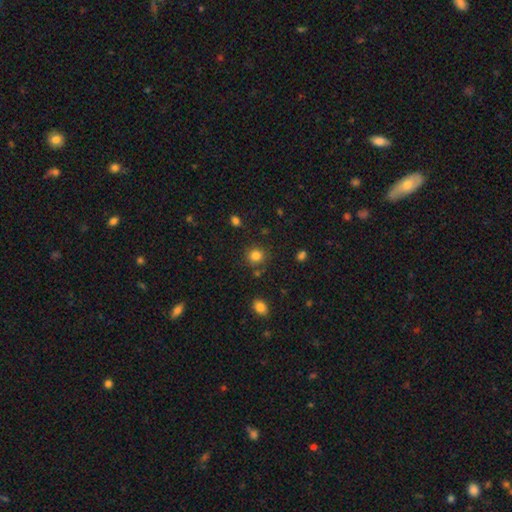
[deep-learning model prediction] Smooth or featured? Predicted: smooth (p=0.83). How rounded? Predicted: round (p=0.87). Merging? Predicted: none (p=0.81).